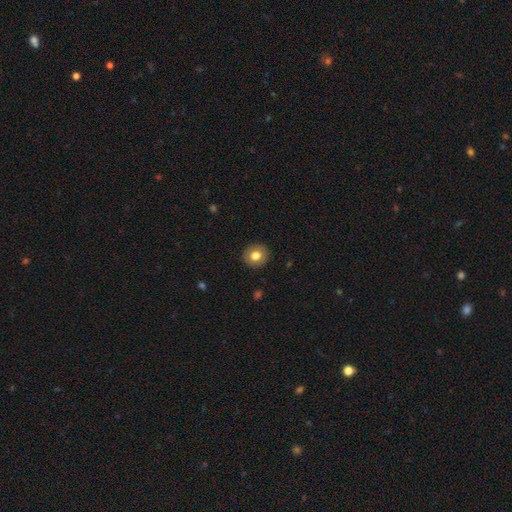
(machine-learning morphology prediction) Overall: smooth (79%). How rounded: round (87%). Merging: none (91%).